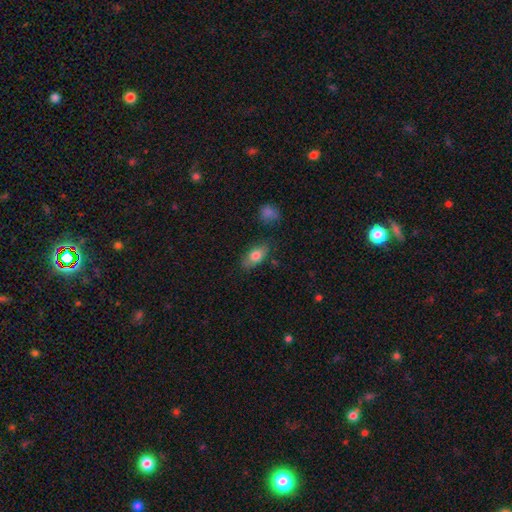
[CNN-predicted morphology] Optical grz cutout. It shows a smooth galaxy with no disk features (76%) that is in between round and cigar-shaped (85%). Merging: none (77%).